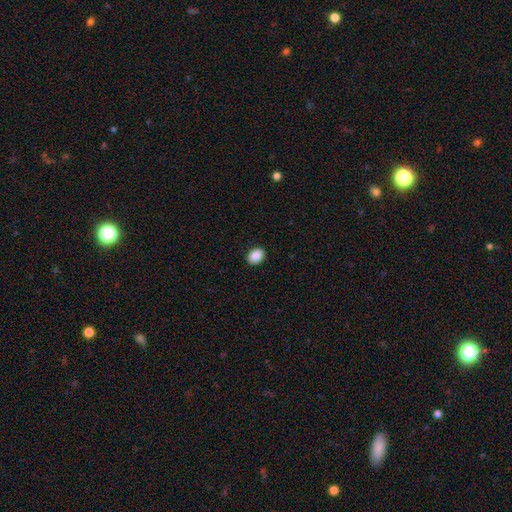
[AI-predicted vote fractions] Smooth or featured? smooth (87%)
How rounded? in between (62%)
Merging? none (91%)